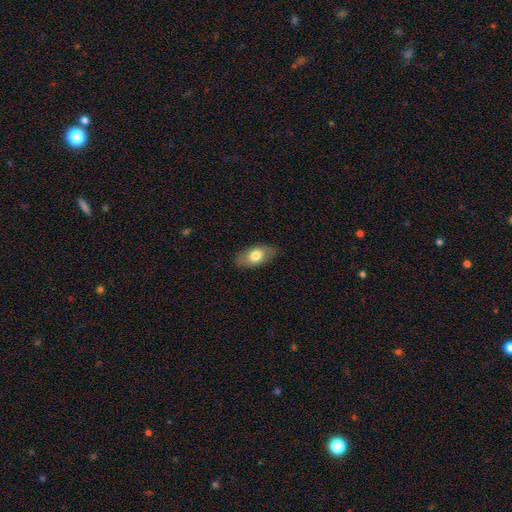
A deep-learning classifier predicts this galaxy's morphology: A smooth galaxy with no disk features (73%) that is in between round and cigar-shaped (92%). Merging: none (85%).